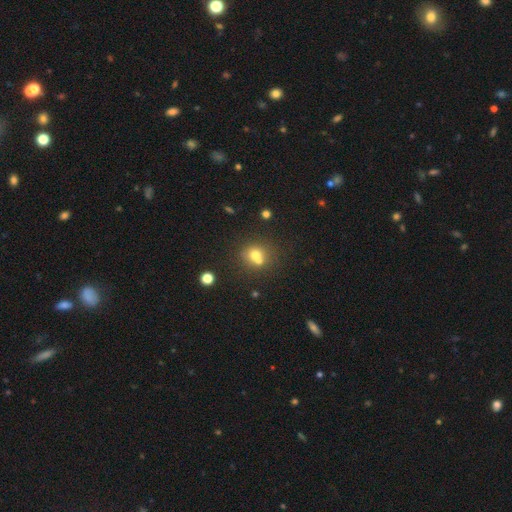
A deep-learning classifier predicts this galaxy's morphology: A smooth galaxy with no disk features (68%) that is round (79%).

Vote fractions:
- Smooth or featured? smooth: 68% / featured or disk: 17% / star or artifact: 15%
- How rounded? round: 79% / in between: 20% / cigar-shaped: 1%
- Merging? none: 46% / merger: 42% / minor disturbance: 9% / major disturbance: 4%